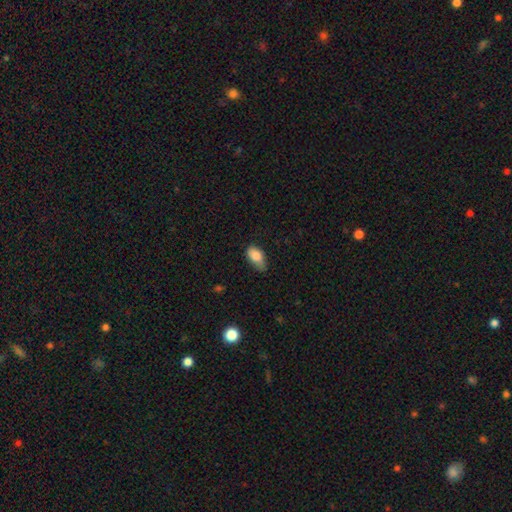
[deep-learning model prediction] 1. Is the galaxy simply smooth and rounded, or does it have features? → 82% smooth, 11% featured or disk, 7% star or artifact.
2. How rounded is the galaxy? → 90% in between, 7% round, 3% cigar-shaped.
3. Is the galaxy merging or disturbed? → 50% none, 40% minor disturbance, 9% major disturbance, 2% merger.